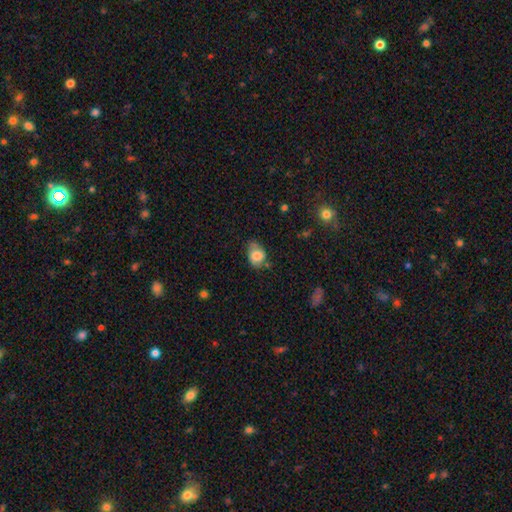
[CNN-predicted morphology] A smooth galaxy with no disk features (69%) that is in between round and cigar-shaped (78%). Merging: none (57%).